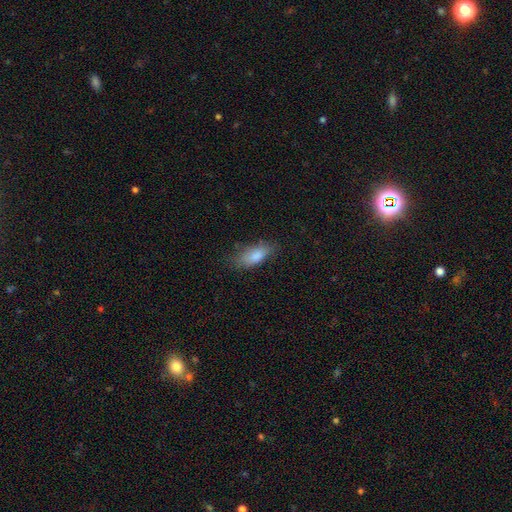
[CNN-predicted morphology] Smooth or featured? smooth (83%)
How rounded? in between (84%)
Merging? none (62%)